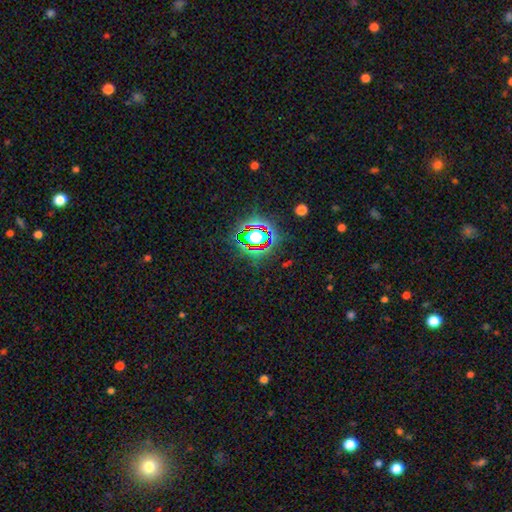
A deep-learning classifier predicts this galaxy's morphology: Smooth or featured: star or artifact — 78% (smooth — 13%)